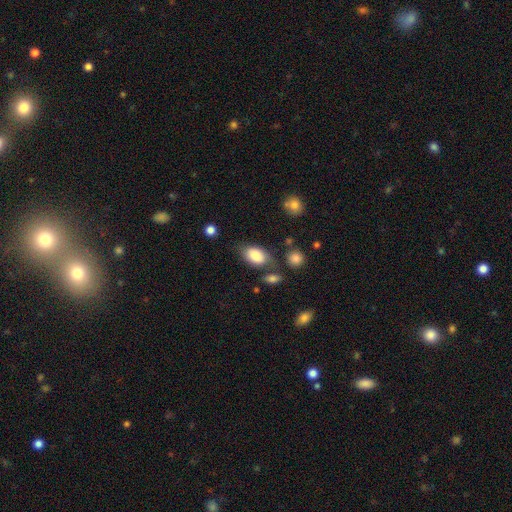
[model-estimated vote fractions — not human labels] Smooth or featured? smooth (82%)
How rounded? in between (91%)
Merging? none (63%)